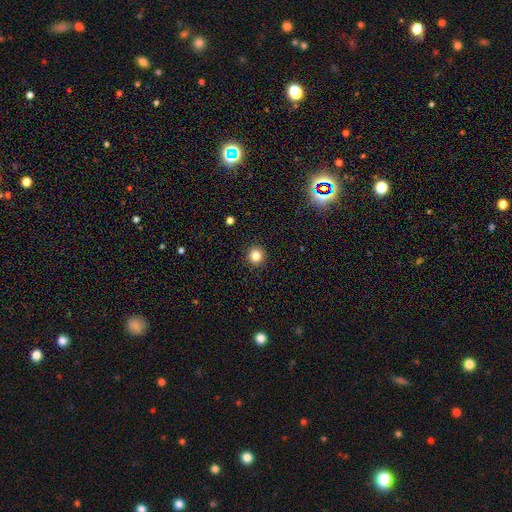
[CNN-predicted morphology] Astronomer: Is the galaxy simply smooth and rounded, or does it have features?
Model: smooth — 82%.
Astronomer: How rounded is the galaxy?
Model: round — 95%.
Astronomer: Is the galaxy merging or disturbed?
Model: none — 93%.